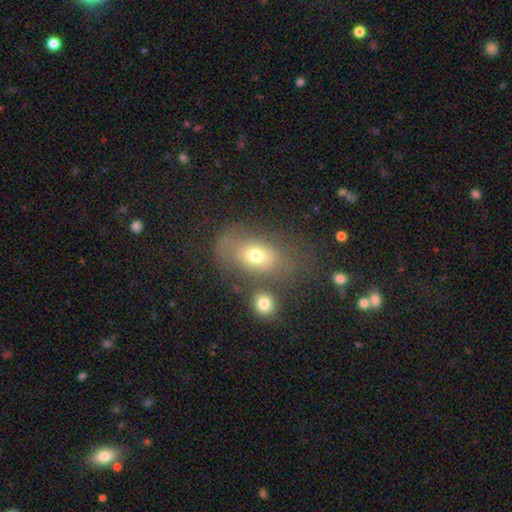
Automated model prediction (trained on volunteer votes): A smooth galaxy with no disk features (65%) that is in between round and cigar-shaped (74%).

Vote fractions:
- Smooth or featured? smooth: 65% / featured or disk: 22% / star or artifact: 13%
- How rounded? in between: 74% / round: 24% / cigar-shaped: 2%
- Merging? none: 43% / minor disturbance: 20% / merger: 19% / major disturbance: 18%